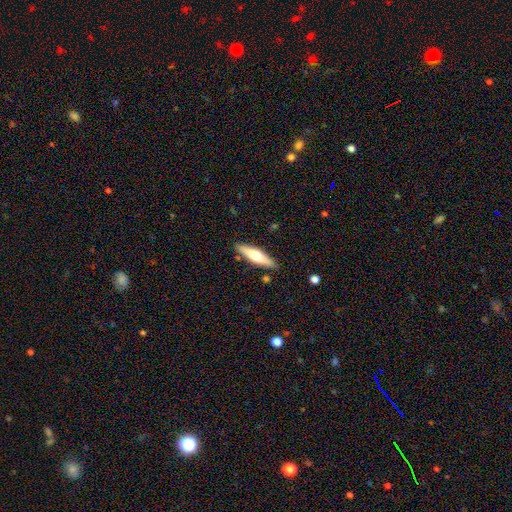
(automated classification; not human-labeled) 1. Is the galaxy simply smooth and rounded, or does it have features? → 49% smooth, 46% featured or disk, 5% star or artifact.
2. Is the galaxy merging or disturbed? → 87% none, 9% minor disturbance, 2% merger, 2% major disturbance.